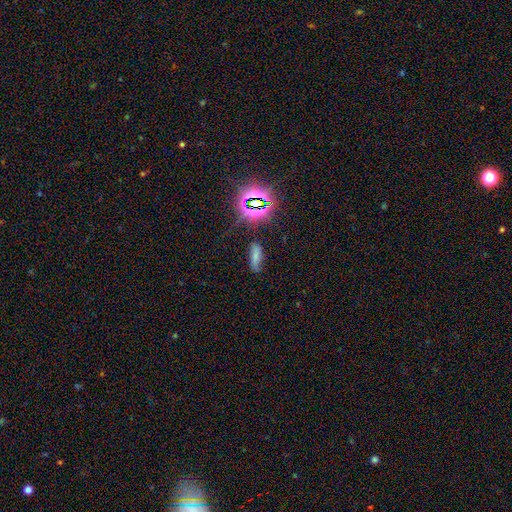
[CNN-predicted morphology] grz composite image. It shows a smooth galaxy with no disk features (61%) that is in between round and cigar-shaped (58%). Merging: none (68%).